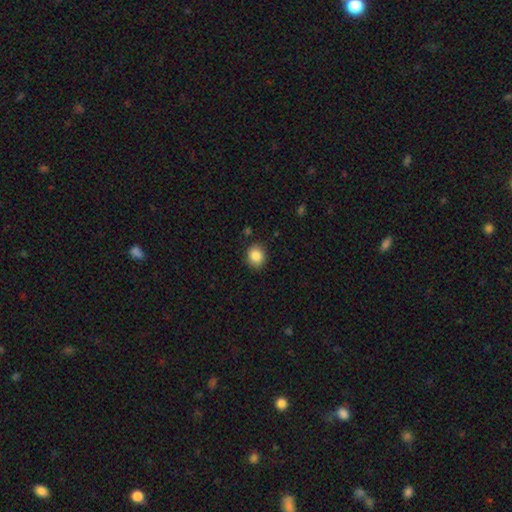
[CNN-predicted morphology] smooth_or_featured: smooth (p=0.87) [alt: star or artifact p=0.09]
how_rounded: round (p=0.73) [alt: in between p=0.26]
merging: none (p=0.87) [alt: minor disturbance p=0.09]